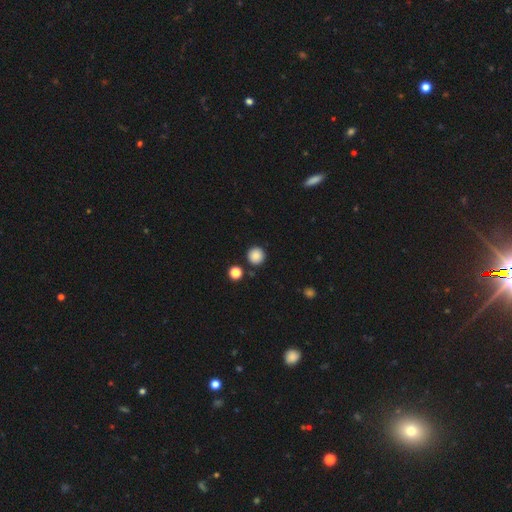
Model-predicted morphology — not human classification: Smooth or featured?
  - smooth: 86% *
  - star or artifact: 10%
  - featured or disk: 4%
How rounded?
  - round: 95% *
  - in between: 4%
  - cigar-shaped: 1%
Merging?
  - none: 90% *
  - minor disturbance: 5%
  - merger: 3%
  - major disturbance: 2%